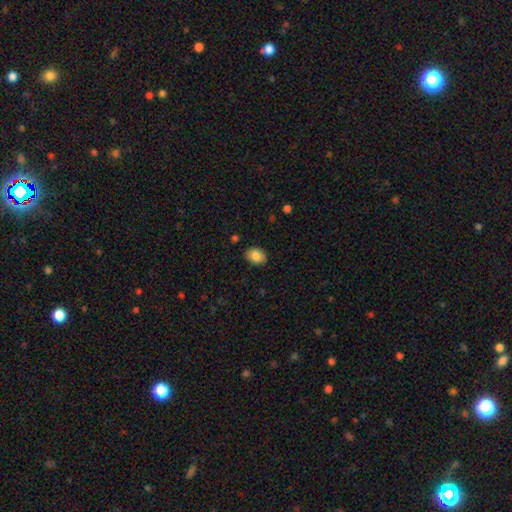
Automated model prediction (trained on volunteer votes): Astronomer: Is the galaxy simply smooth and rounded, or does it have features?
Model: smooth — 86%.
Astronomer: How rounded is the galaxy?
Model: in between — 72%.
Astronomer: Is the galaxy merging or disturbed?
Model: none — 87%.